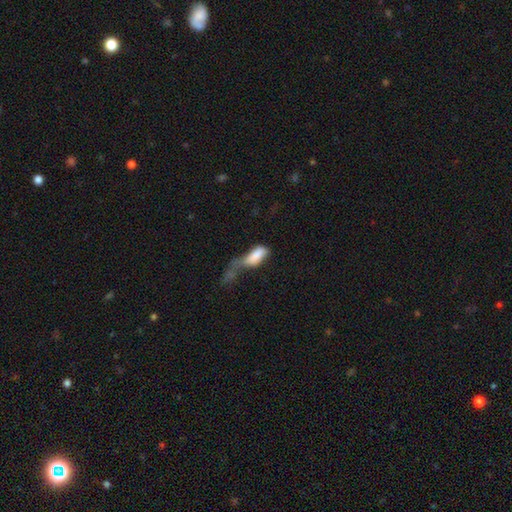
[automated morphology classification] Smooth or featured? smooth (78%)
How rounded? in between (82%)
Merging? major disturbance (47%)